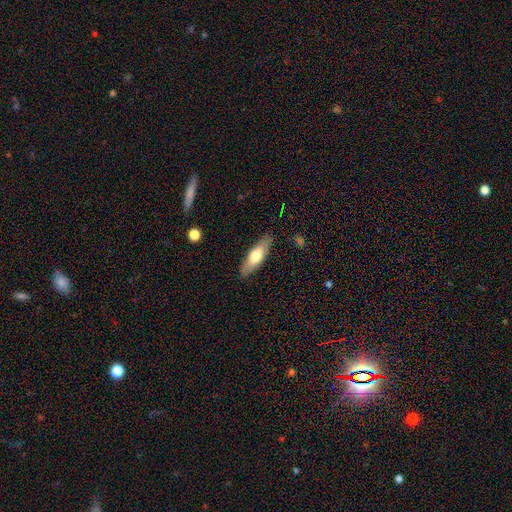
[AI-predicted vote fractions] Smooth or featured? smooth (64%)
How rounded? in between (54%)
Merging? none (86%)